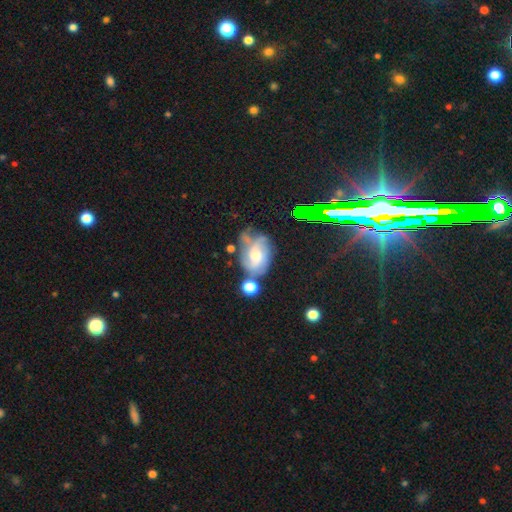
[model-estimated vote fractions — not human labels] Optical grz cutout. It shows a featured or disk galaxy (64%) with no bar (65%), medium (42%) spiral arms (83%) and a moderate central bulge (52%). Merging: none (41%).